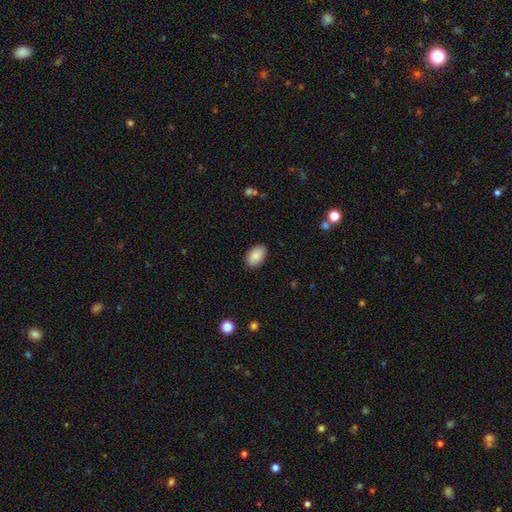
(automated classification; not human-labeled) Smooth or featured?
  - smooth: 88% *
  - star or artifact: 7%
  - featured or disk: 6%
How rounded?
  - in between: 91% *
  - round: 8%
  - cigar-shaped: 1%
Merging?
  - none: 87% *
  - minor disturbance: 10%
  - major disturbance: 2%
  - merger: 1%